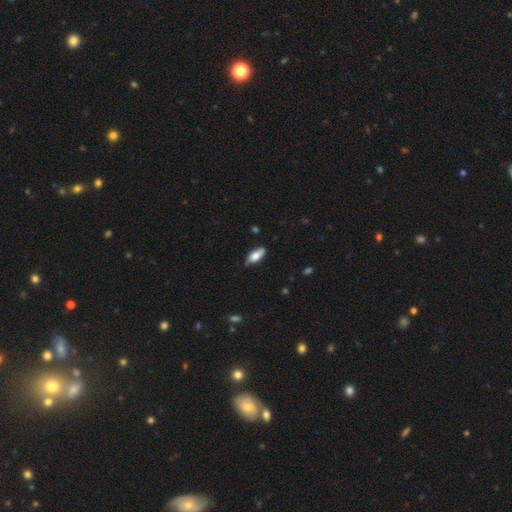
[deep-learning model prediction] A smooth galaxy with no disk features (75%) that is in between round and cigar-shaped (81%).

Vote fractions:
- Smooth or featured? smooth: 75% / featured or disk: 19% / star or artifact: 6%
- How rounded? in between: 81% / cigar-shaped: 17% / round: 2%
- Merging? none: 74% / minor disturbance: 21% / major disturbance: 3% / merger: 2%